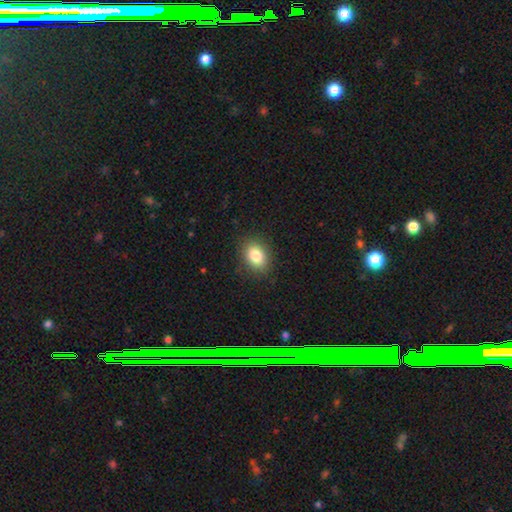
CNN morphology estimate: Q: Smooth or featured?
A: smooth (83%); runner-up: star or artifact (9%)
Q: How rounded?
A: in between (69%); runner-up: round (30%)
Q: Merging?
A: none (87%); runner-up: minor disturbance (9%)